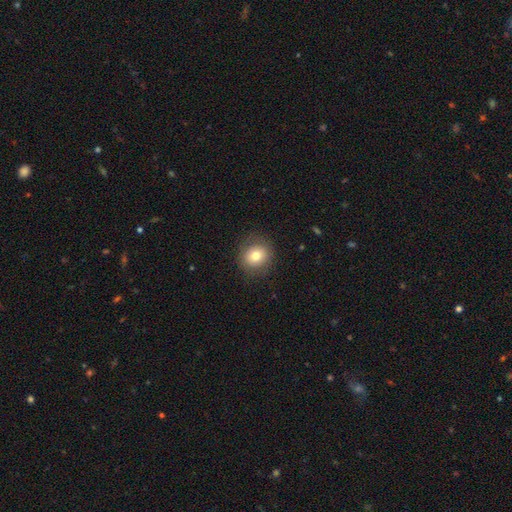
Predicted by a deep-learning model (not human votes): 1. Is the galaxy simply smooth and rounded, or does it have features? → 76% smooth, 14% featured or disk, 10% star or artifact.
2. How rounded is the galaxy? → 80% round, 19% in between, 1% cigar-shaped.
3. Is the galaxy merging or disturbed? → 85% none, 10% minor disturbance, 4% major disturbance, 1% merger.